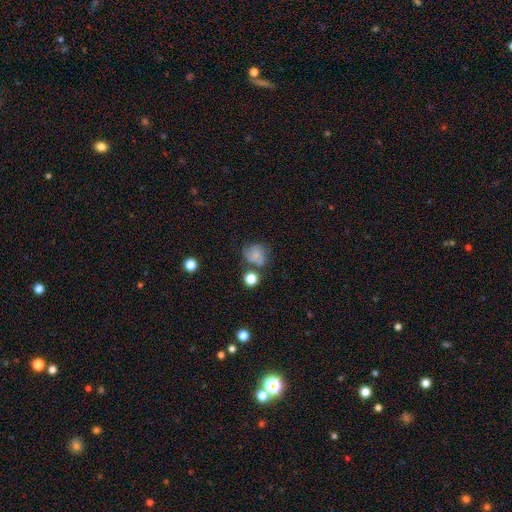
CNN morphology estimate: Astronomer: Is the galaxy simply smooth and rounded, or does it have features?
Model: smooth — 60%.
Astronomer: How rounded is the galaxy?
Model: round — 70%.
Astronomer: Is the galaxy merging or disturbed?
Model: none — 48% (runner-up: minor disturbance, 24%).